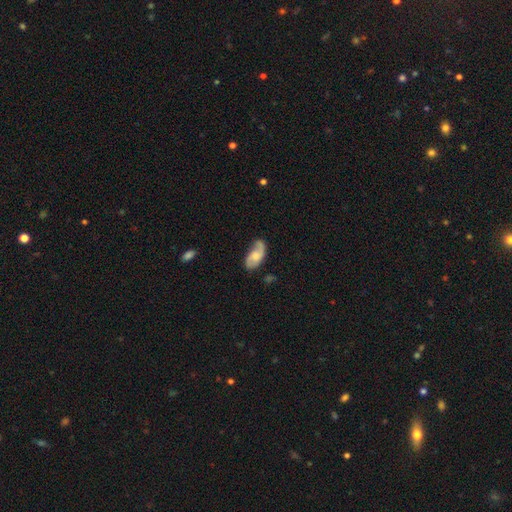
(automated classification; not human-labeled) featured or disk 60%, smooth 33%, star or artifact 6%. Down the decision tree: edge-on disk — no (95%); bar — no (62%); spiral arms — yes (89%); spiral arm count — 2 (76%); spiral winding — loose (44%); bulge size — moderate (45%); merging — none (58%).